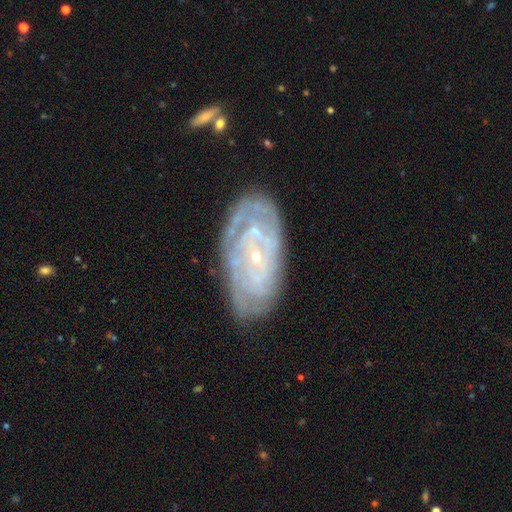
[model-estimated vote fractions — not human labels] This appears to be a featured or disk galaxy (80%) with no bar (68%), tight (75%) spiral arms (87%) and a small central bulge (85%). Merging: none (72%).